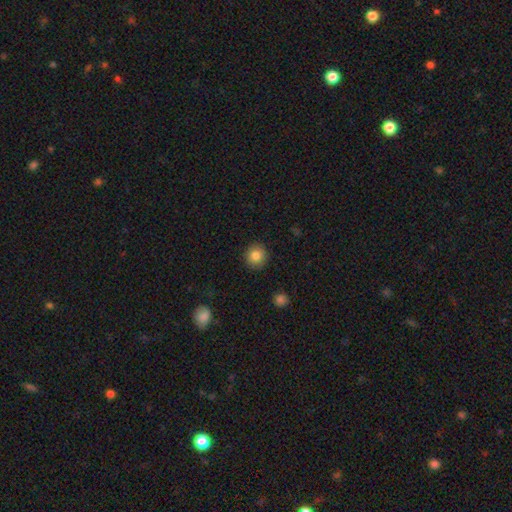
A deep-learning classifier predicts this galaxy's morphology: type=smooth (83%); roundness=round (92%); merging=none (91%).